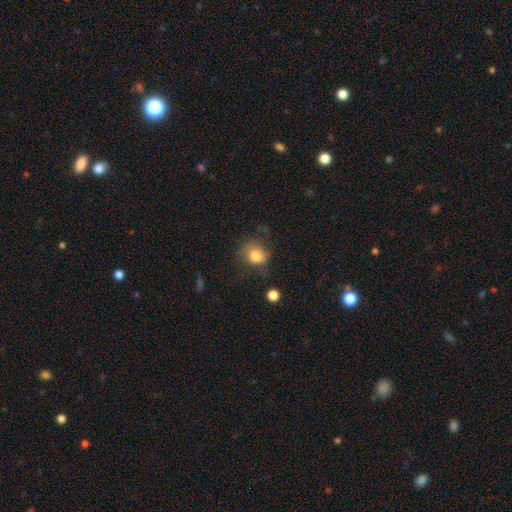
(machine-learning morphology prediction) This appears to be a smooth galaxy with no disk features (80%) that is round (66%). Merging: none (59%).